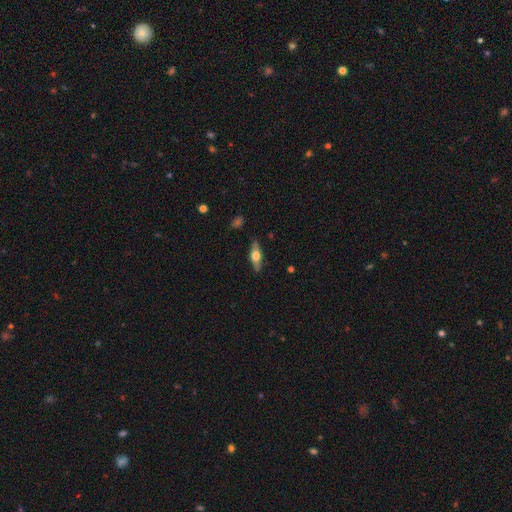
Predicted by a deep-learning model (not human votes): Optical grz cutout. It shows a featured or disk galaxy (54%) viewed edge-on (89%). Merging: none (87%).